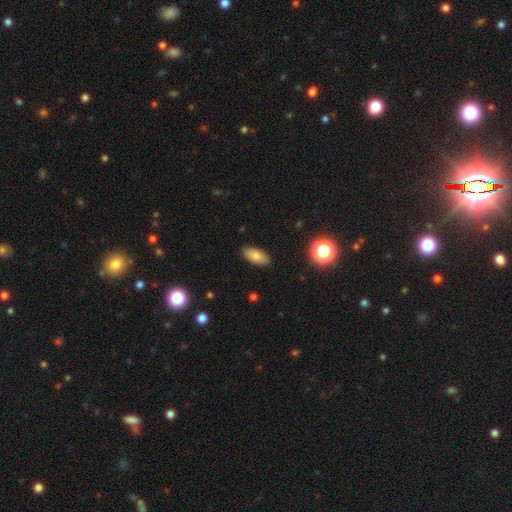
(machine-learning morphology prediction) This is likely a smooth galaxy (80%). How rounded: clearly in between (90%). Merging: clearly none (88%).